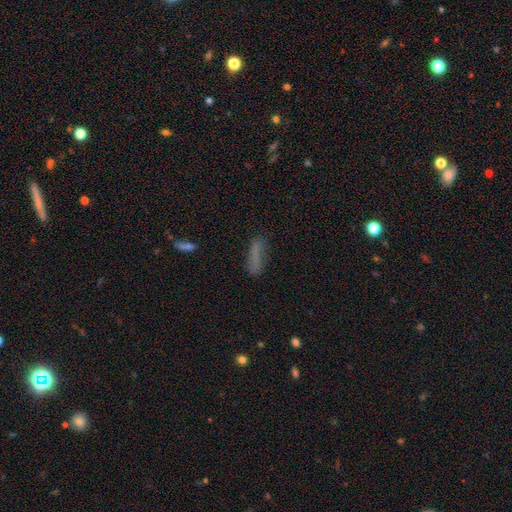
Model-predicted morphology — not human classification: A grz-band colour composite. It shows a smooth galaxy with no disk features (71%) that is cigar-shaped (75%). Merging: none (73%).